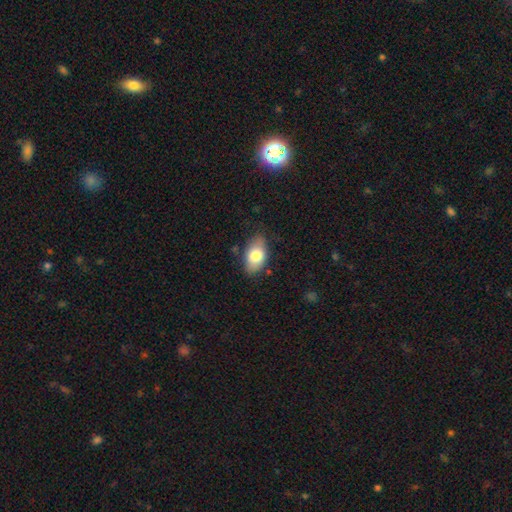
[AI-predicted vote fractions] Smooth or featured: smooth — 79% (featured or disk — 14%)
How rounded: in between — 92% (round — 7%)
Merging: none — 78% (minor disturbance — 17%)